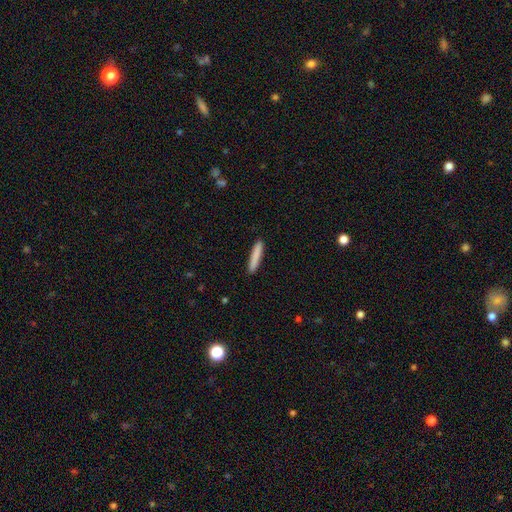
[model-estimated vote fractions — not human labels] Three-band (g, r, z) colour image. It shows a smooth galaxy with no disk features (85%) that is cigar-shaped (92%). Merging: none (91%).